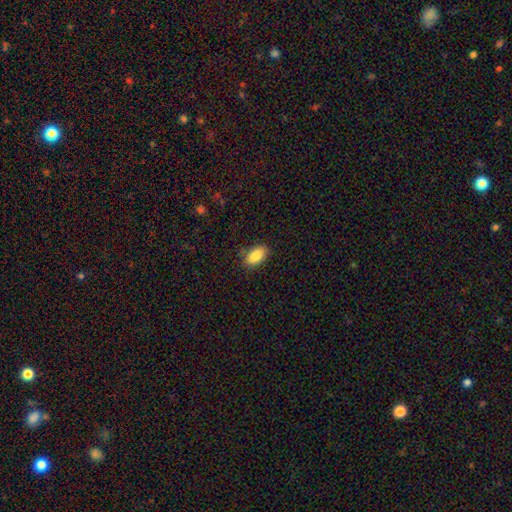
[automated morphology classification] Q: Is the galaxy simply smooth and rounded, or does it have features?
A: smooth — 86%.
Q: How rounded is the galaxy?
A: in between — 92%.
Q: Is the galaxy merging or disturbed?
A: none — 85%.